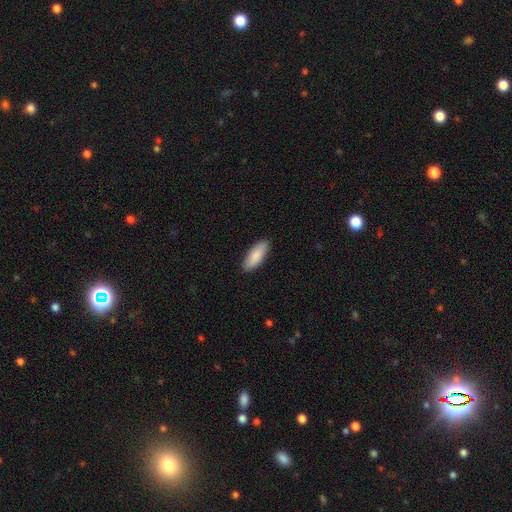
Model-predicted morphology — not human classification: smooth_or_featured: smooth (p=0.88) [alt: featured or disk p=0.07]
how_rounded: in between (p=0.73) [alt: cigar-shaped p=0.26]
merging: none (p=0.89) [alt: minor disturbance p=0.09]